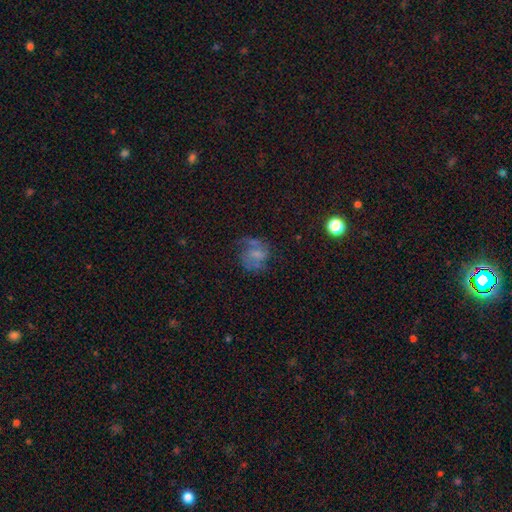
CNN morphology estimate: A featured or disk galaxy (51%).

Vote fractions:
- Smooth or featured? featured or disk: 51% / smooth: 35% / star or artifact: 14%
- Edge-on disk? no: 98% / yes: 2%
- Merging? none: 45% / major disturbance: 27% / minor disturbance: 23% / merger: 5%